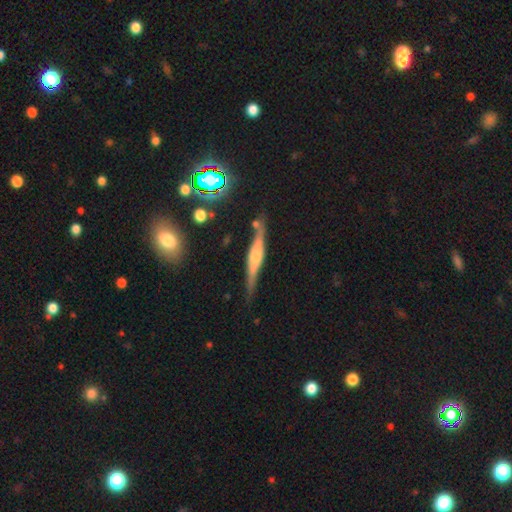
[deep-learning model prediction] smooth-or-featured: featured or disk: 74% | smooth: 19% | star or artifact: 7%
  disk-edge-on: yes: 95% | no: 5%
    edge-on-bulge: rounded: 75% | boxy: 19% | none: 6%
  merging: none: 76% | minor disturbance: 16% | merger: 4% | major disturbance: 4%